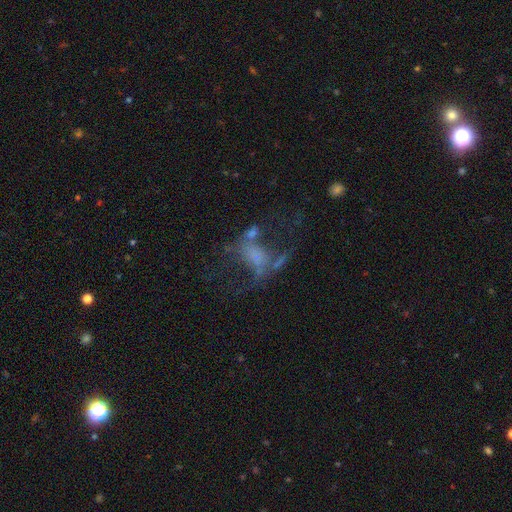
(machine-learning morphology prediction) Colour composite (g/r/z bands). It shows a featured or disk galaxy (56%) with no bar (71%), no spiral arms (64%) and no central bulge (48%). Merging: major disturbance (40%).